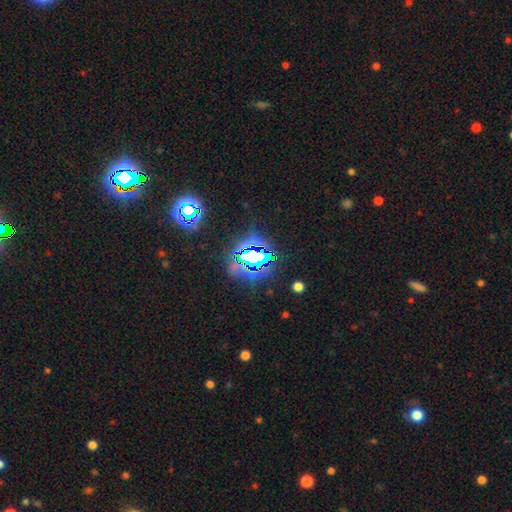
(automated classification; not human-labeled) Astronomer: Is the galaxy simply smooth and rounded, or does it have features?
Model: star or artifact — 75%.